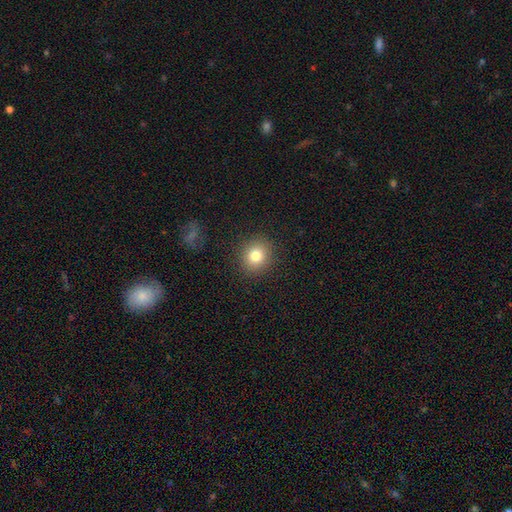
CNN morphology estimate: smooth-or-featured: smooth: 80% | star or artifact: 11% | featured or disk: 8%
  how-rounded: round: 81% | in between: 18% | cigar-shaped: 1%
  merging: none: 89% | minor disturbance: 7% | major disturbance: 3% | merger: 1%